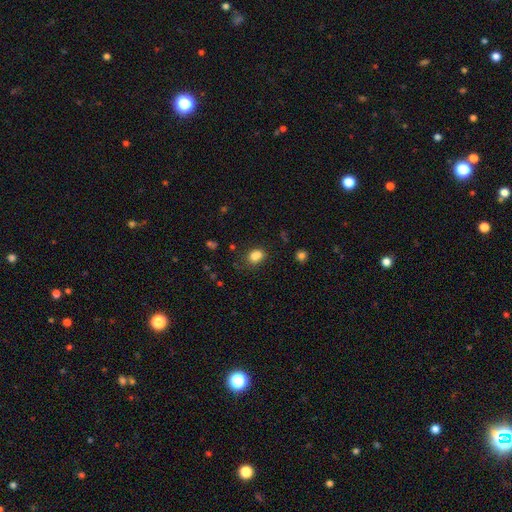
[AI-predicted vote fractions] Smooth or featured? Predicted: smooth (p=0.83). How rounded? Predicted: in between (p=0.68). Merging? Predicted: none (p=0.64).